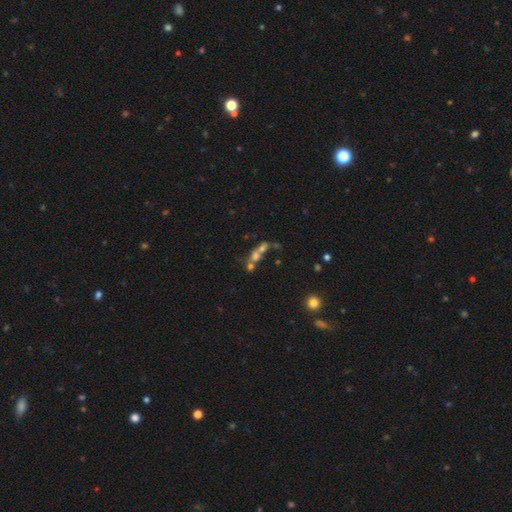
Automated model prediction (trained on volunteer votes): Smooth or featured?
  - smooth: 52% *
  - featured or disk: 27%
  - star or artifact: 21%
How rounded?
  - round: 58% *
  - in between: 35%
  - cigar-shaped: 7%
Merging?
  - merger: 56% *
  - none: 29%
  - minor disturbance: 7%
  - major disturbance: 7%